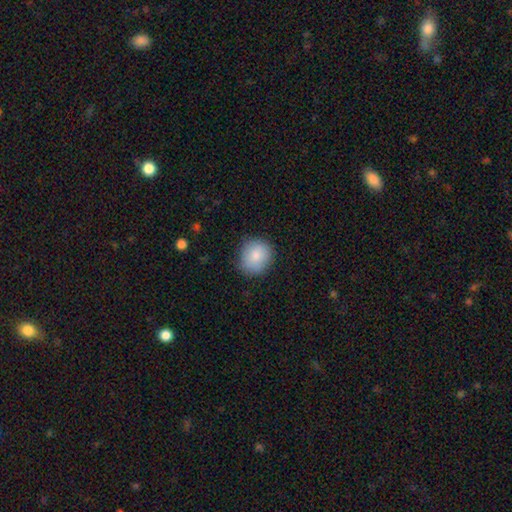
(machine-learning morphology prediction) Q: Smooth or featured?
A: smooth (84%); runner-up: featured or disk (9%)
Q: How rounded?
A: round (81%); runner-up: in between (19%)
Q: Merging?
A: none (81%); runner-up: minor disturbance (15%)